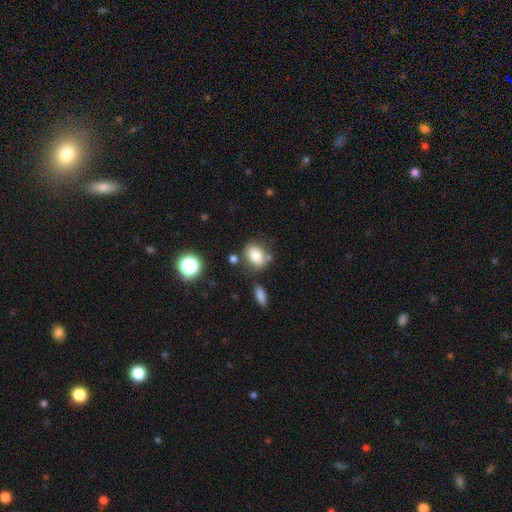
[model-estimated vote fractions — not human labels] A smooth galaxy with no disk features (79%) that is in between round and cigar-shaped (68%).

Vote fractions:
- Smooth or featured? smooth: 79% / star or artifact: 11% / featured or disk: 10%
- How rounded? in between: 68% / round: 30% / cigar-shaped: 2%
- Merging? none: 68% / minor disturbance: 16% / merger: 11% / major disturbance: 5%